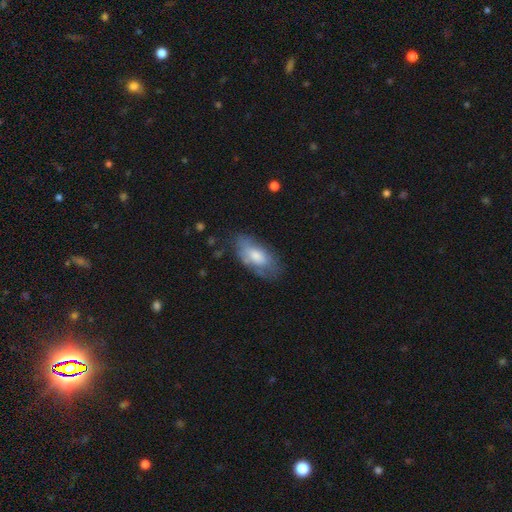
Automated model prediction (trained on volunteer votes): Morphology: type=smooth (64%); roundness=in between (90%); merging=none (60%).